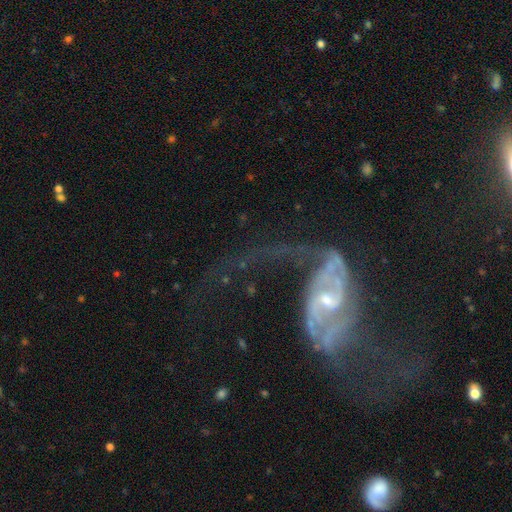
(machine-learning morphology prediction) Q: Smooth or featured?
A: featured or disk (87%); runner-up: star or artifact (7%)
Q: Edge-on disk?
A: no (94%); runner-up: yes (6%)
Q: Bar?
A: weak (37%); runner-up: no (35%)
Q: Spiral arms?
A: yes (91%); runner-up: no (9%)
Q: Spiral winding?
A: loose (70%); runner-up: medium (22%)
Q: Spiral arm count?
A: 2 (86%); runner-up: 1 (5%)
Q: Bulge size?
A: small (57%); runner-up: moderate (37%)
Q: Merging?
A: major disturbance (40%); tied with: none (40%)